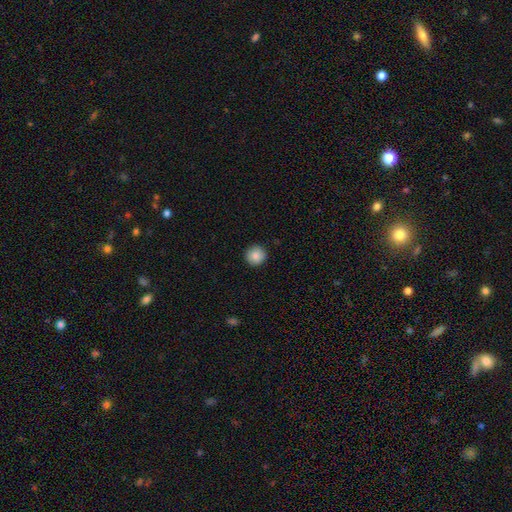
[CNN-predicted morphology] This appears to be a smooth galaxy with no disk features (87%) that is round (95%). Merging: none (92%).